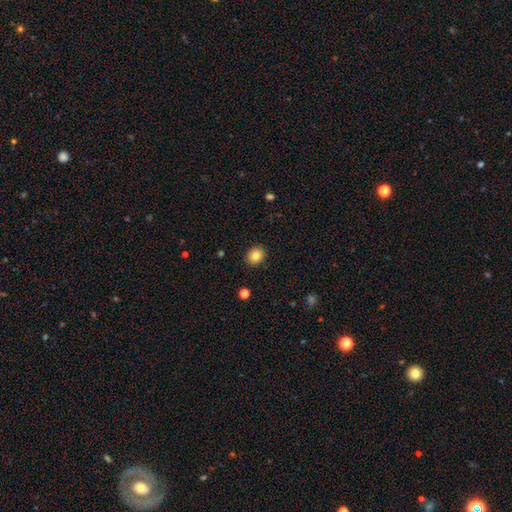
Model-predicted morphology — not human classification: Smooth or featured: smooth — 83% (star or artifact — 10%)
How rounded: round — 59% (in between — 40%)
Merging: none — 90% (minor disturbance — 7%)